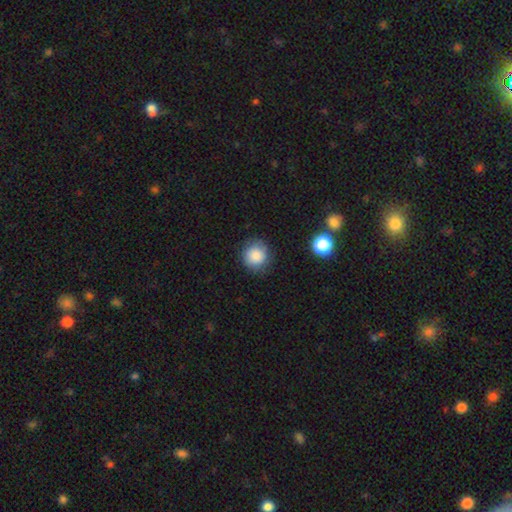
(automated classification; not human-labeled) Smooth or featured? Predicted: smooth (p=0.86). How rounded? Predicted: round (p=0.90). Merging? Predicted: none (p=0.83).